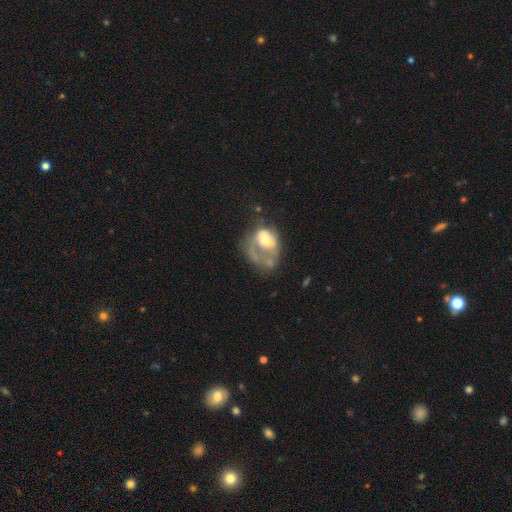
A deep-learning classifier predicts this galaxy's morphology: Smooth or featured? featured or disk (51%)
Edge-on disk? no (97%)
Merging? major disturbance (47%)